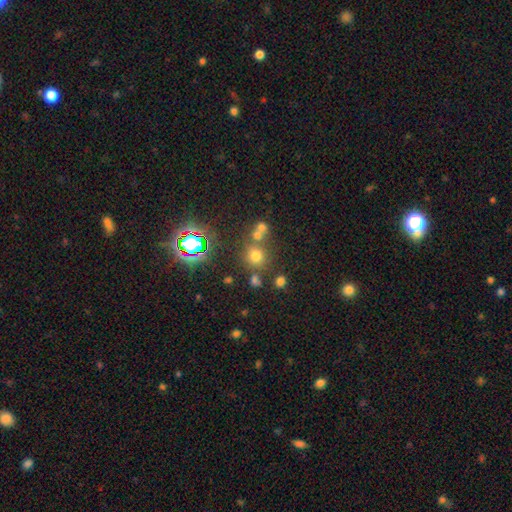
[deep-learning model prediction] smooth_or_featured: smooth (p=0.64) [alt: star or artifact p=0.27]
how_rounded: round (p=0.87) [alt: in between p=0.12]
merging: none (p=0.63) [alt: merger p=0.24]